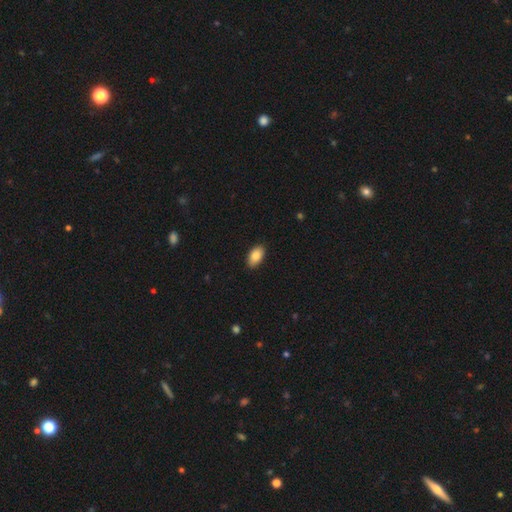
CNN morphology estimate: smooth 88%, star or artifact 7%, featured or disk 5%. Down the decision tree: how rounded — in between (94%); merging — none (88%).